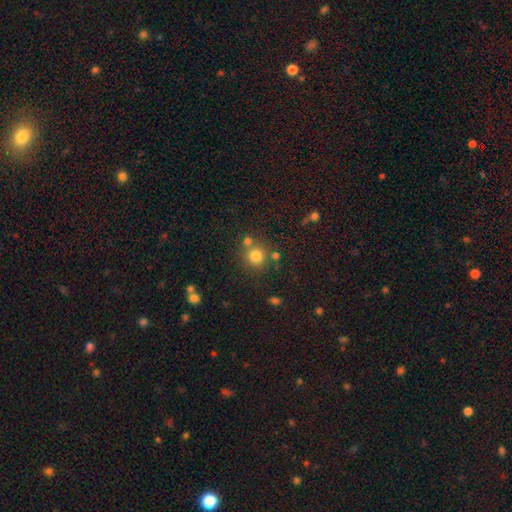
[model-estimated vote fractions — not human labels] Q: Smooth or featured?
A: smooth (78%); runner-up: star or artifact (14%)
Q: How rounded?
A: round (91%); runner-up: in between (8%)
Q: Merging?
A: none (70%); runner-up: merger (18%)